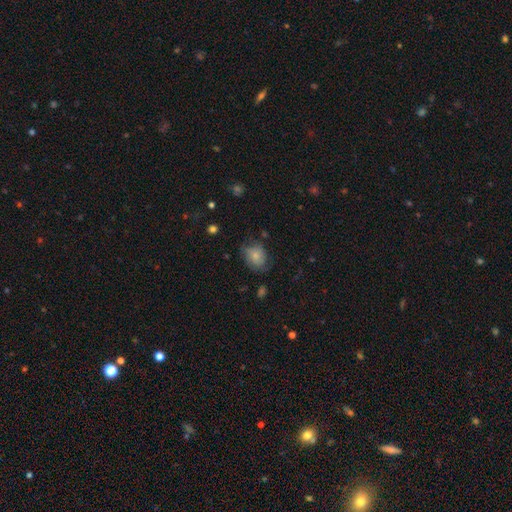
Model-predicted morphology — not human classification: Q: Smooth or featured?
A: smooth (72%); runner-up: featured or disk (20%)
Q: How rounded?
A: in between (53%); runner-up: round (46%)
Q: Merging?
A: none (60%); runner-up: minor disturbance (28%)